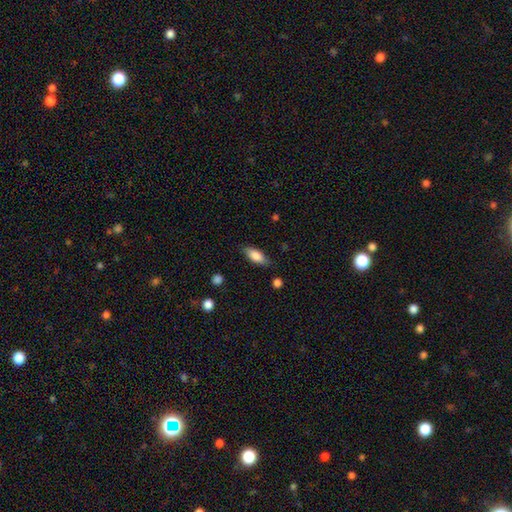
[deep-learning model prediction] Smooth or featured? smooth (82%)
How rounded? in between (80%)
Merging? none (81%)